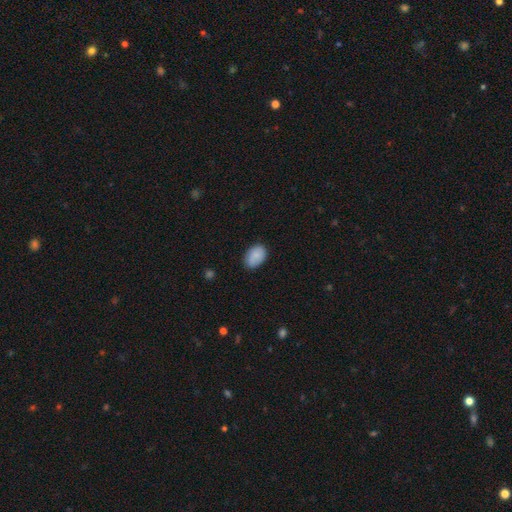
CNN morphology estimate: smooth-or-featured: smooth: 83% | featured or disk: 10% | star or artifact: 7%
  how-rounded: in between: 83% | round: 16% | cigar-shaped: 1%
  merging: none: 82% | minor disturbance: 14% | major disturbance: 3% | merger: 1%